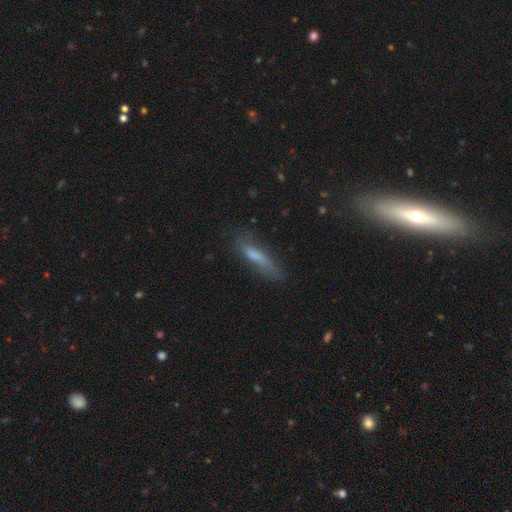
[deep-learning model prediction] Overall: smooth (66%). How rounded: cigar-shaped (73%). Merging: none (60%; minor disturbance 26%).